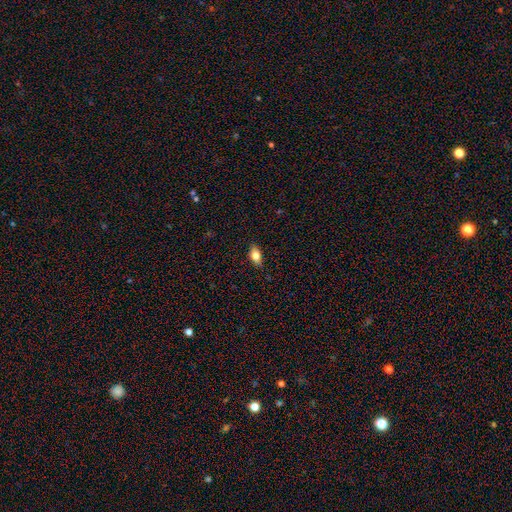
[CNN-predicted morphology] The model was most divided on "smooth or featured": smooth: 79%, featured or disk: 13%, star or artifact: 8%. More confident: how rounded — in between (87%); merging — none (85%).